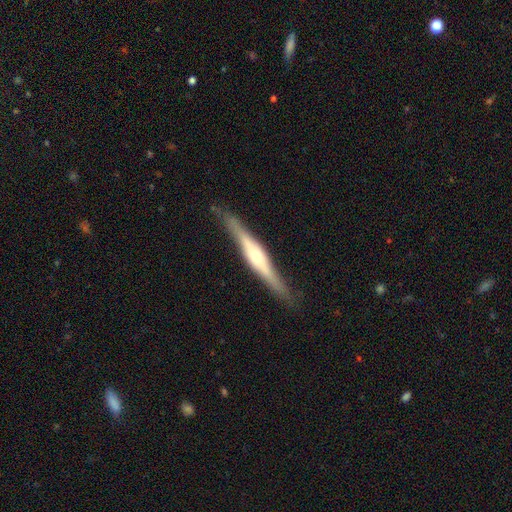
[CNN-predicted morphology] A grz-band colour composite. It shows a featured or disk galaxy (75%) viewed edge-on (94%) with a rounded central bulge (79%). Merging: none (83%).